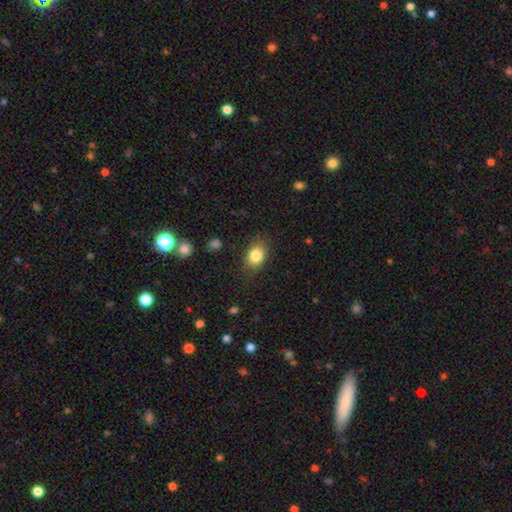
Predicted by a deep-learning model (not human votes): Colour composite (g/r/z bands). It shows a smooth galaxy with no disk features (83%) that is in between round and cigar-shaped (72%). Merging: none (80%).